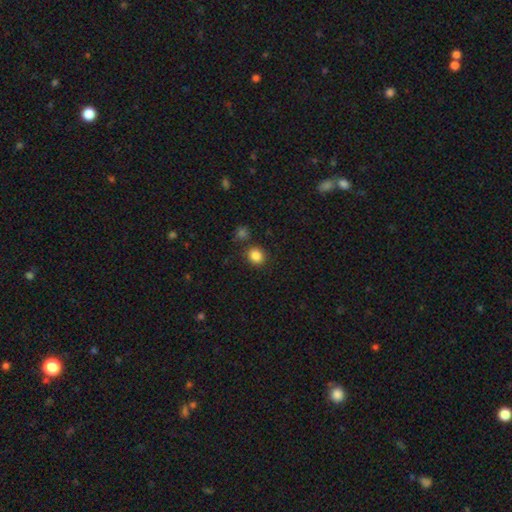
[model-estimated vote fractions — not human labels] smooth-or-featured: smooth: 85% | star or artifact: 10% | featured or disk: 4%
  how-rounded: round: 75% | in between: 24% | cigar-shaped: 1%
  merging: none: 82% | minor disturbance: 8% | merger: 6% | major disturbance: 3%